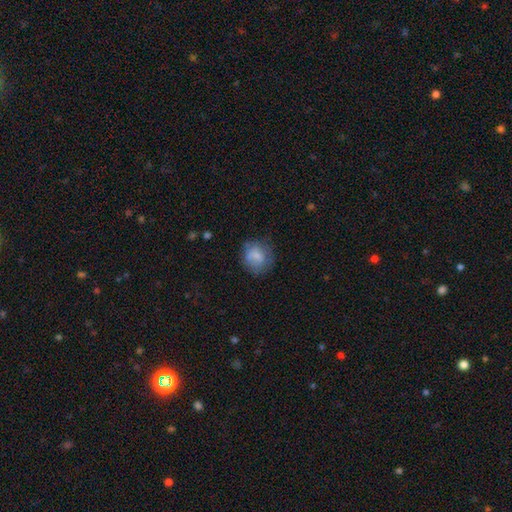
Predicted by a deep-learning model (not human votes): Q: Smooth or featured?
A: smooth (73%); runner-up: featured or disk (18%)
Q: How rounded?
A: round (76%); runner-up: in between (23%)
Q: Merging?
A: none (63%); runner-up: minor disturbance (23%)